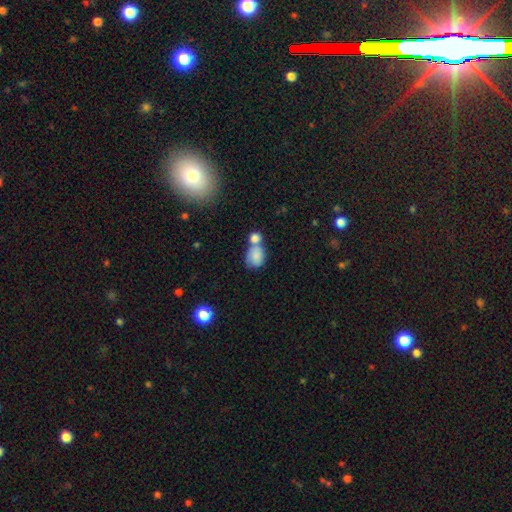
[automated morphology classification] Smooth or featured? smooth (80%)
How rounded? in between (61%)
Merging? merger (54%)